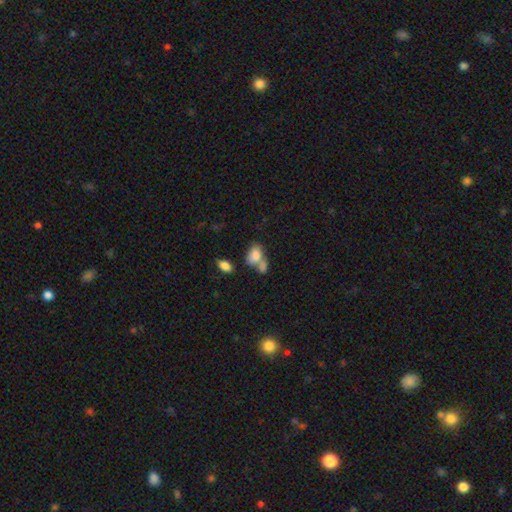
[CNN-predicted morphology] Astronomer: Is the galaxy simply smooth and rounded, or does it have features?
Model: smooth — 81%.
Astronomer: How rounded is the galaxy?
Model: in between — 86%.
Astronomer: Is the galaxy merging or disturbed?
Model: merger — 48% (runner-up: none, 34%).